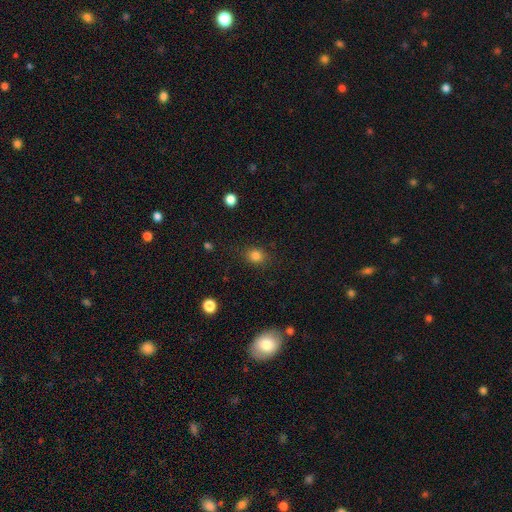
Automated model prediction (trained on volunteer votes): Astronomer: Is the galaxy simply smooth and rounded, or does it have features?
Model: smooth — 82%.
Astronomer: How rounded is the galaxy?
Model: round — 67%.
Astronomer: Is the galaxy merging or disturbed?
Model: none — 85%.